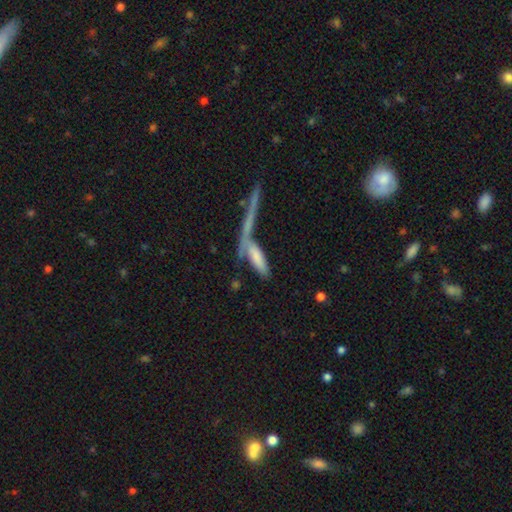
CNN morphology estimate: smooth-or-featured: smooth: 67% | featured or disk: 25% | star or artifact: 9%
  how-rounded: cigar-shaped: 58% | in between: 40% | round: 3%
  merging: merger: 44% | none: 35% | minor disturbance: 12% | major disturbance: 9%